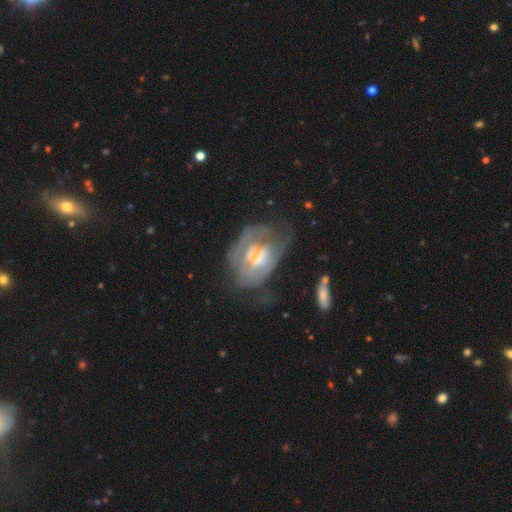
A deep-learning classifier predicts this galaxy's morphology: Smooth or featured?
  - featured or disk: 68% *
  - smooth: 24%
  - star or artifact: 8%
Edge-on disk?
  - no: 96% *
  - yes: 4%
Bar?
  - no: 61% *
  - weak: 32%
  - strong: 8%
Spiral arms?
  - yes: 53% *
  - no: 47%
Bulge size?
  - moderate: 41% *
  - small: 24%
  - large: 18%
  - none: 15%
  - dominant: 2%
Merging?
  - none: 35% *
  - major disturbance: 34%
  - minor disturbance: 25%
  - merger: 6%